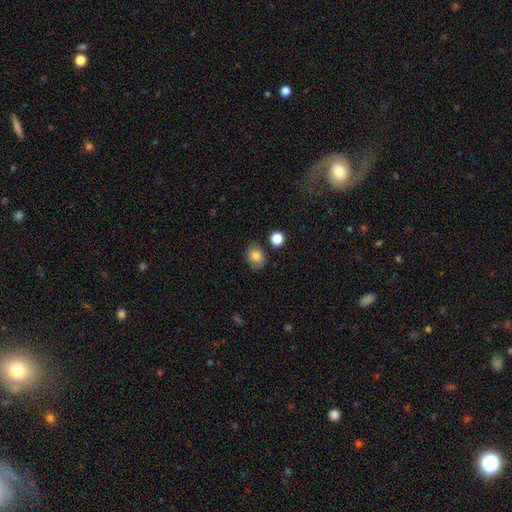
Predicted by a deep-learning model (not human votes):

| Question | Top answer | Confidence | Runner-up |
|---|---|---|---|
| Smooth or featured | smooth | 80% | featured or disk (10%) |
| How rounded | round | 53% | in between (46%) |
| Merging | none | 75% | minor disturbance (17%) |